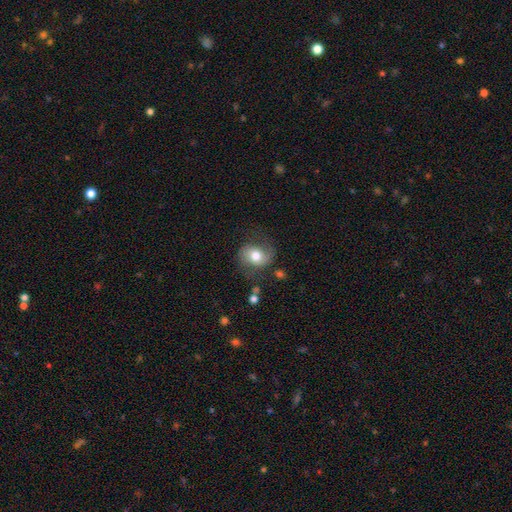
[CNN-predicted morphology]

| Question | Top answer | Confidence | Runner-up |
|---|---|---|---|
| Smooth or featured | smooth | 58% | featured or disk (33%) |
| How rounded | in between | 50% | round (49%) |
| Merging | none | 60% | minor disturbance (23%) |